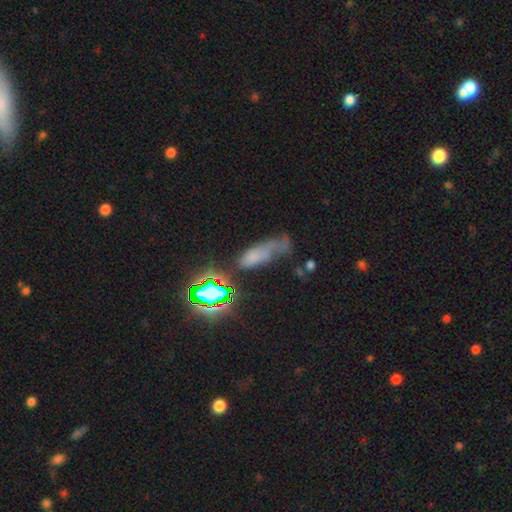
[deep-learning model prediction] A smooth galaxy with no disk features (50%).

Vote fractions:
- Smooth or featured? smooth: 50% / star or artifact: 27% / featured or disk: 23%
- Merging? major disturbance: 35% / none: 27% / minor disturbance: 25% / merger: 13%